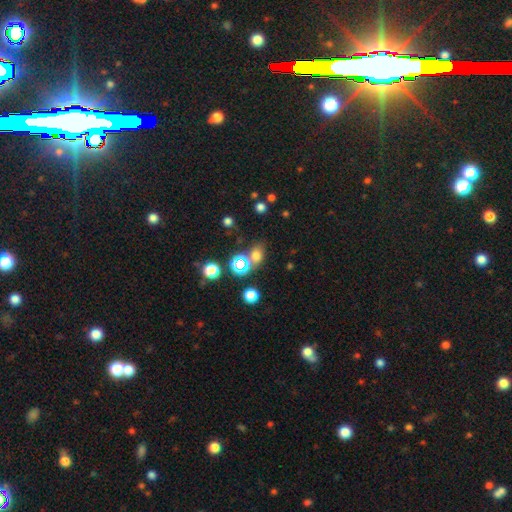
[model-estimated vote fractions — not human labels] Q: Smooth or featured?
A: smooth (61%); runner-up: star or artifact (31%)
Q: How rounded?
A: round (50%); runner-up: in between (48%)
Q: Merging?
A: none (65%); runner-up: merger (18%)